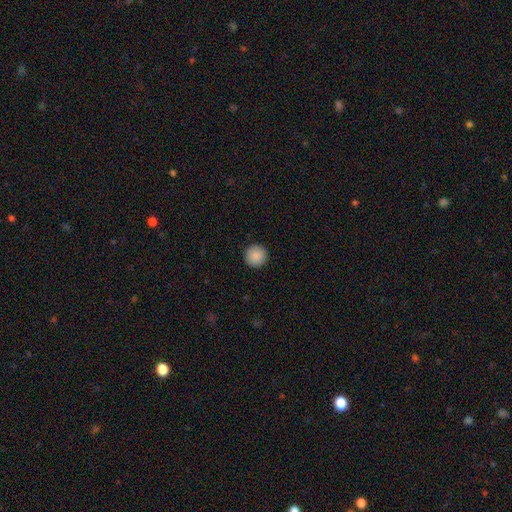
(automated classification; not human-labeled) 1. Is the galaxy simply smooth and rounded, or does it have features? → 89% smooth, 7% star or artifact, 3% featured or disk.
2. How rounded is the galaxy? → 96% round, 3% in between, 1% cigar-shaped.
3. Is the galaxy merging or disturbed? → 93% none, 5% minor disturbance, 2% major disturbance, 1% merger.